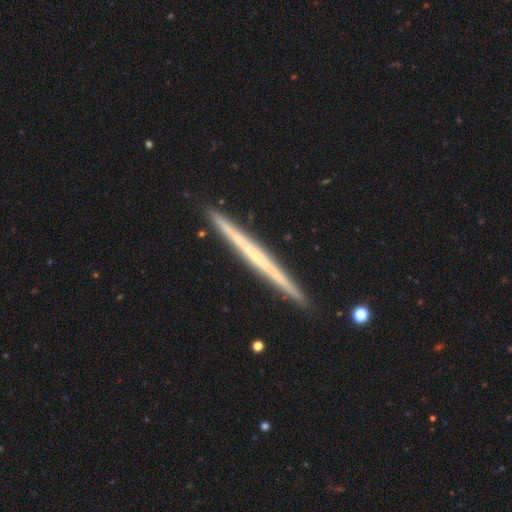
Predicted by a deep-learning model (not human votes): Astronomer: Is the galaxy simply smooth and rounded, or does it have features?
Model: featured or disk — 68%.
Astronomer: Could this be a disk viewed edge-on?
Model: yes — 98%.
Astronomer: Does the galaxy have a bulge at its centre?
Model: none — 86%.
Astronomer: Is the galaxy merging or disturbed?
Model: none — 92%.